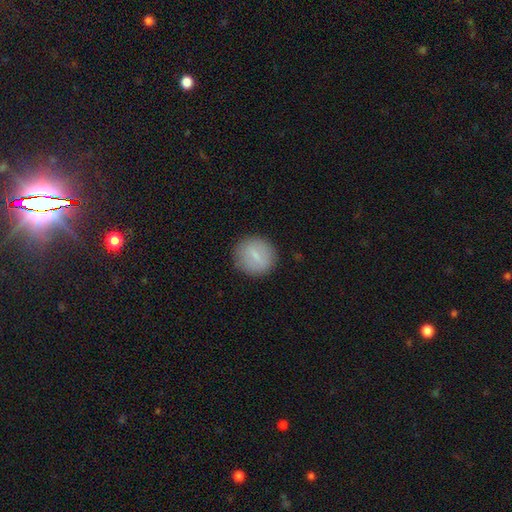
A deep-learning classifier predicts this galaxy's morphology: Q: Smooth or featured?
A: smooth (66%); runner-up: featured or disk (27%)
Q: How rounded?
A: round (85%); runner-up: in between (14%)
Q: Merging?
A: none (85%); runner-up: minor disturbance (10%)